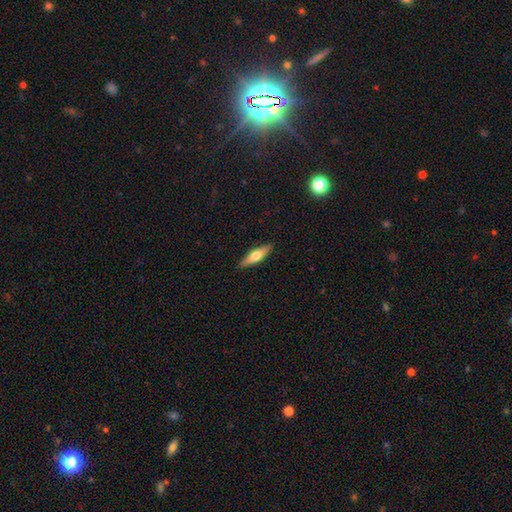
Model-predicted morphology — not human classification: Smooth or featured: smooth — 49% (featured or disk — 46%)
Merging: none — 90% (minor disturbance — 7%)